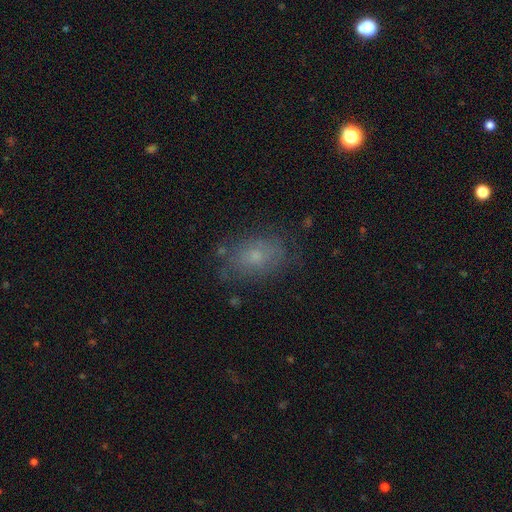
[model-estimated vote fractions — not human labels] smooth-or-featured: smooth: 63% | featured or disk: 23% | star or artifact: 14%
  how-rounded: in between: 77% | round: 21% | cigar-shaped: 2%
  merging: none: 72% | minor disturbance: 19% | major disturbance: 7% | merger: 2%